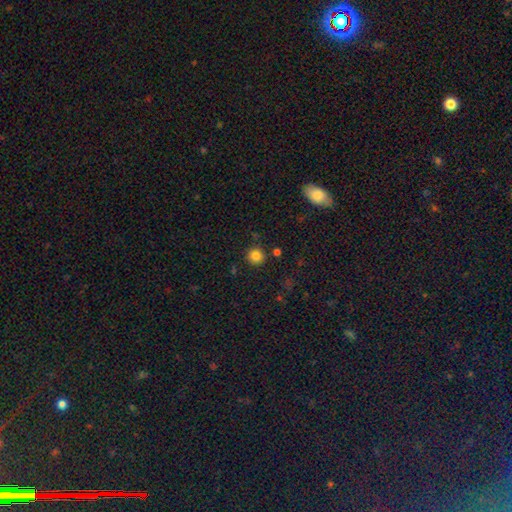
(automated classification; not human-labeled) This is clearly a smooth galaxy (83%). How rounded: clearly round (94%). Merging: clearly none (88%).